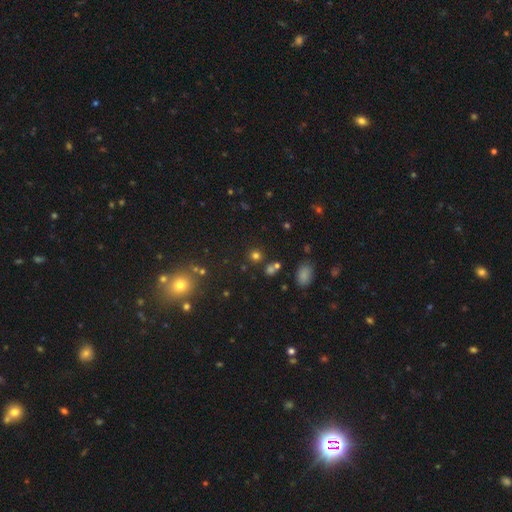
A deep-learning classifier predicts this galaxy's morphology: A smooth galaxy with no disk features (68%) that is round (90%).

Vote fractions:
- Smooth or featured? smooth: 68% / star or artifact: 26% / featured or disk: 7%
- How rounded? round: 90% / in between: 9% / cigar-shaped: 1%
- Merging? none: 80% / merger: 9% / minor disturbance: 8% / major disturbance: 3%